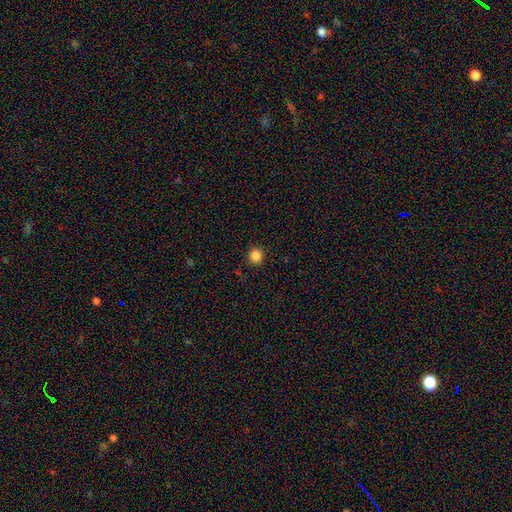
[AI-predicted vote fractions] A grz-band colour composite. It shows a smooth galaxy with no disk features (85%) that is round (88%). Merging: none (91%).